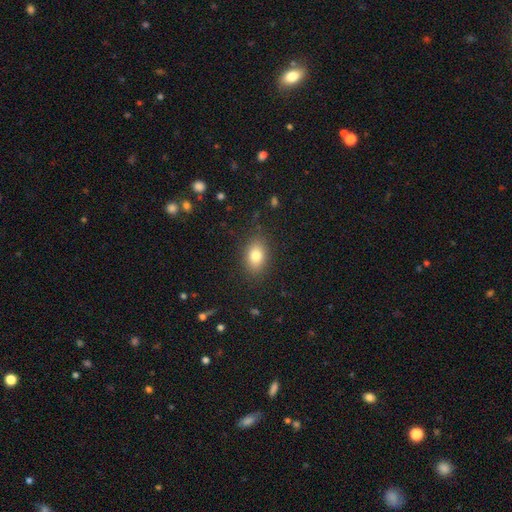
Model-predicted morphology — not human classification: Q: Smooth or featured?
A: smooth (81%); runner-up: featured or disk (10%)
Q: How rounded?
A: in between (80%); runner-up: round (18%)
Q: Merging?
A: none (85%); runner-up: minor disturbance (11%)